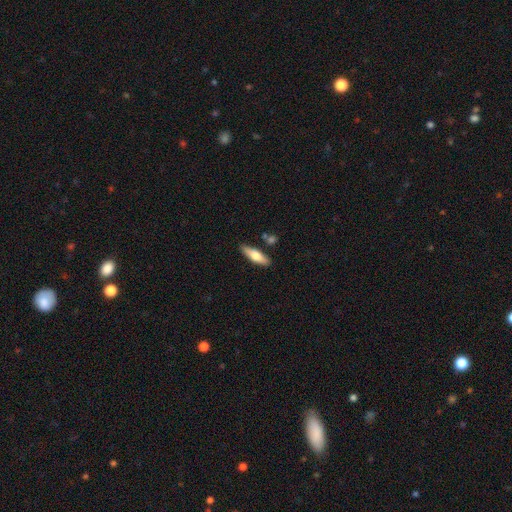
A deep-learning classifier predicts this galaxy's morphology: The model was most divided on "how rounded": cigar-shaped: 54%, in between: 44%, round: 2%. More confident: merging — none (82%); smooth or featured — smooth (64%).